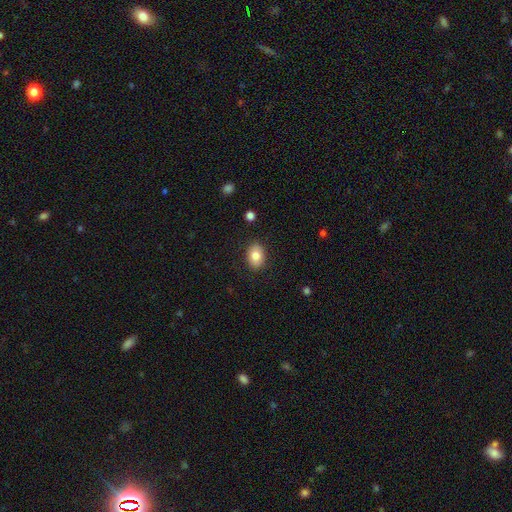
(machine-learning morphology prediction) A smooth galaxy with no disk features (83%) that is in between round and cigar-shaped (75%).

Vote fractions:
- Smooth or featured? smooth: 83% / featured or disk: 9% / star or artifact: 8%
- How rounded? in between: 75% / round: 24% / cigar-shaped: 1%
- Merging? none: 87% / minor disturbance: 9% / major disturbance: 2% / merger: 1%